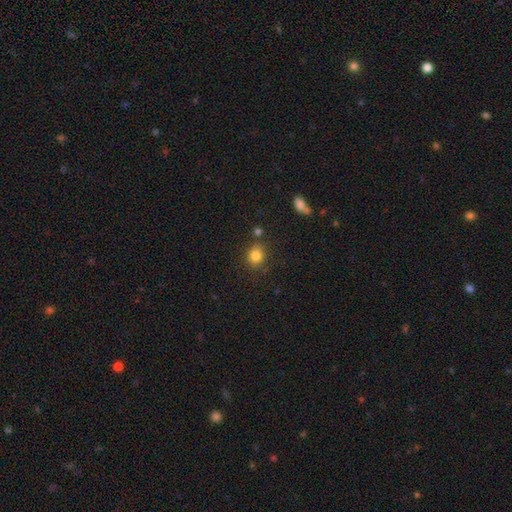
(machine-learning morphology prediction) Overall: smooth (82%). How rounded: round (74%). Merging: none (77%).